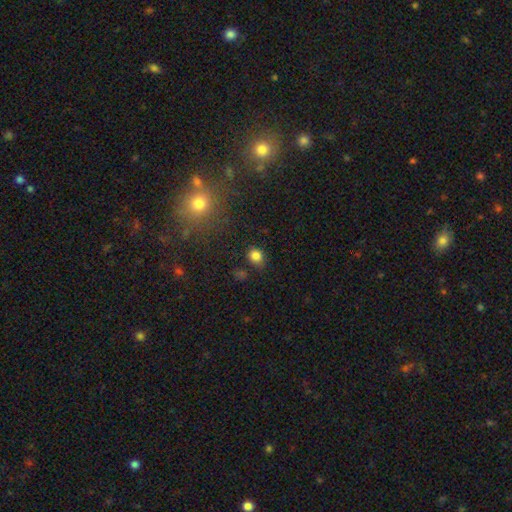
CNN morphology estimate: smooth-or-featured: smooth: 82% | star or artifact: 13% | featured or disk: 5%
  how-rounded: round: 57% | in between: 41% | cigar-shaped: 1%
  merging: none: 75% | minor disturbance: 17% | major disturbance: 4% | merger: 4%